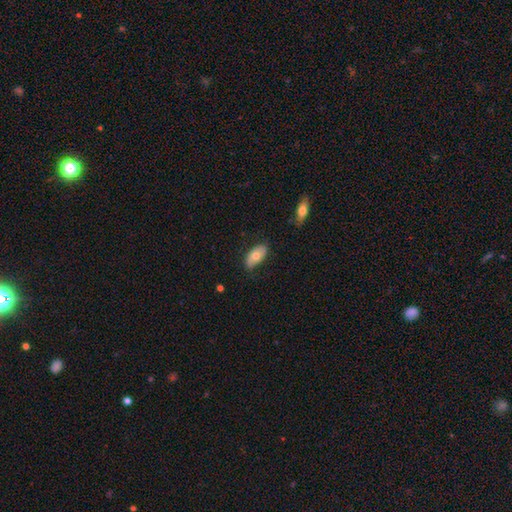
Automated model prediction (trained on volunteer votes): Q: Smooth or featured?
A: smooth (68%); runner-up: featured or disk (26%)
Q: How rounded?
A: in between (93%); runner-up: cigar-shaped (3%)
Q: Merging?
A: none (76%); runner-up: minor disturbance (19%)